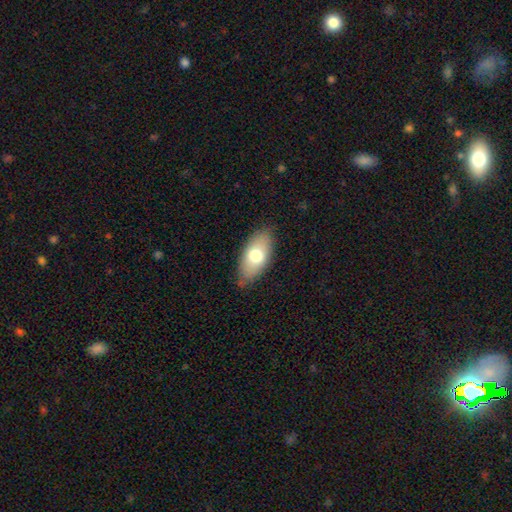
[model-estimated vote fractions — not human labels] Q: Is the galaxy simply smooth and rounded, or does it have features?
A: smooth — 72%.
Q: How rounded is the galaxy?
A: in between — 89%.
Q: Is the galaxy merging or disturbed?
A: none — 81%.